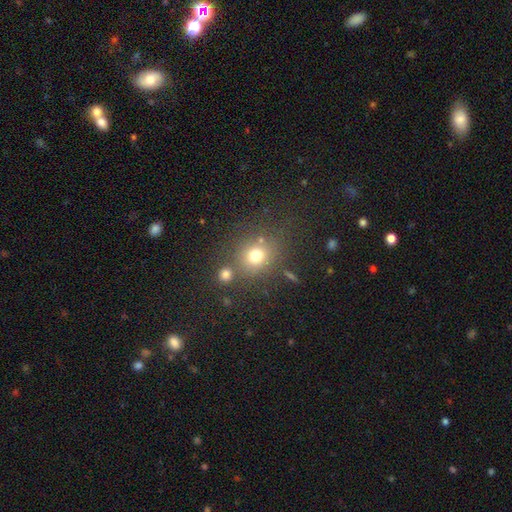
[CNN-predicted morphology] smooth_or_featured: smooth (p=0.73) [alt: star or artifact p=0.17]
how_rounded: round (p=0.76) [alt: in between p=0.23]
merging: none (p=0.71) [alt: merger p=0.12]